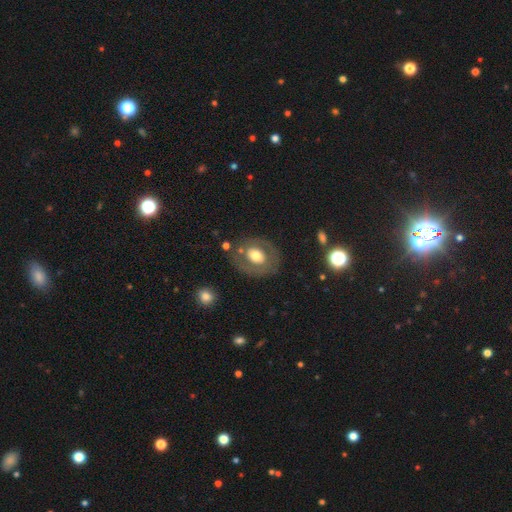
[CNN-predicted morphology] Q: Smooth or featured?
A: smooth (49%); runner-up: featured or disk (44%)
Q: Merging?
A: none (74%); runner-up: minor disturbance (14%)